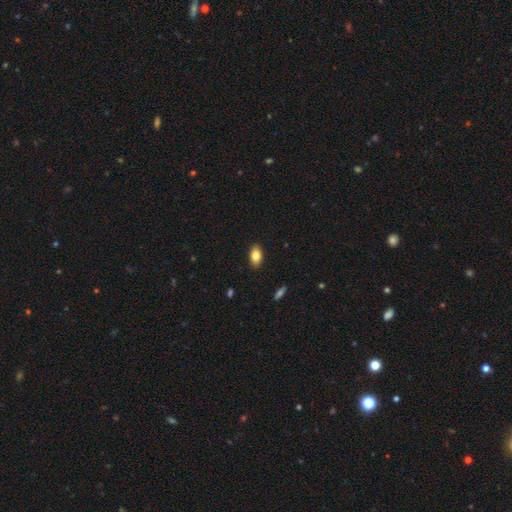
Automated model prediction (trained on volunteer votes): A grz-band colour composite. It shows a smooth galaxy with no disk features (82%) that is in between round and cigar-shaped (91%). Merging: none (89%).